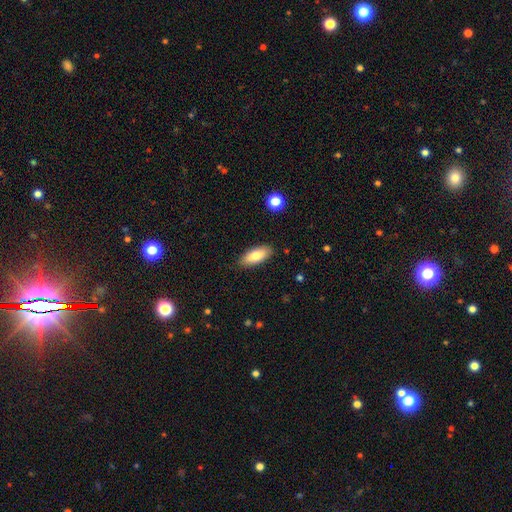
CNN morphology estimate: A smooth galaxy with no disk features (79%) that is in between round and cigar-shaped (79%). Merging: none (86%).